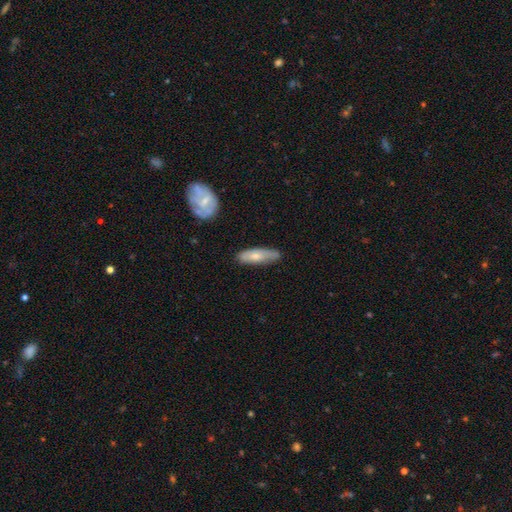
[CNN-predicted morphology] Smooth or featured: smooth — 65% (featured or disk — 29%)
How rounded: cigar-shaped — 54% (in between — 44%)
Merging: none — 71% (minor disturbance — 22%)